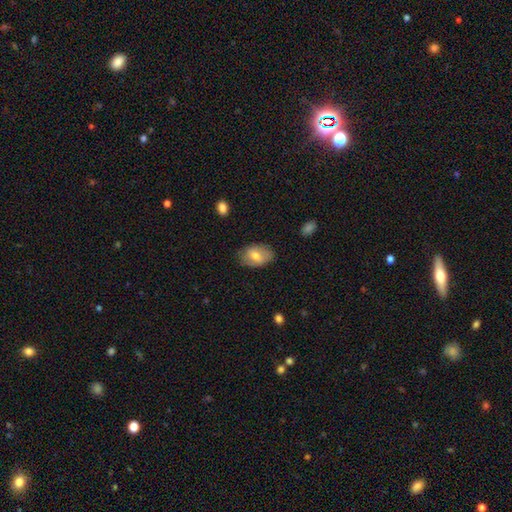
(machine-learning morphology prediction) A smooth galaxy with no disk features (70%) that is in between round and cigar-shaped (86%). Merging: none (75%).